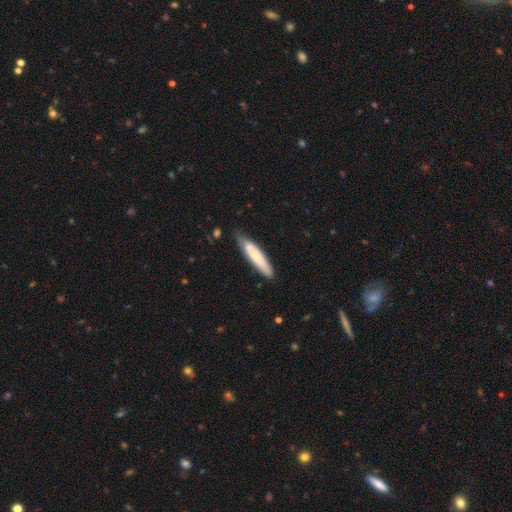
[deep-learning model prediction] Smooth or featured: smooth — 68% (featured or disk — 27%)
How rounded: cigar-shaped — 84% (in between — 15%)
Merging: none — 69% (minor disturbance — 22%)